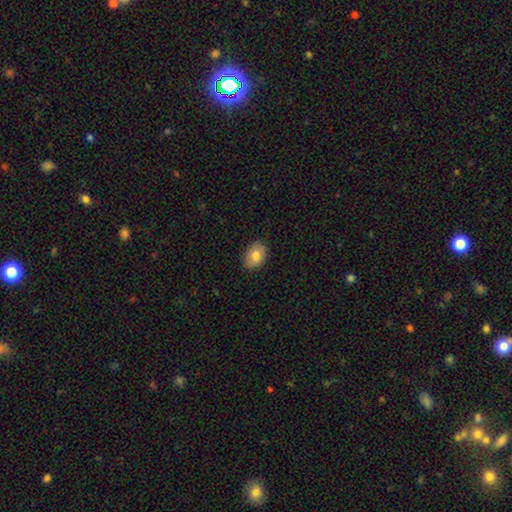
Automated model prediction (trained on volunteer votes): A smooth galaxy with no disk features (82%) that is in between round and cigar-shaped (77%). Merging: none (86%).